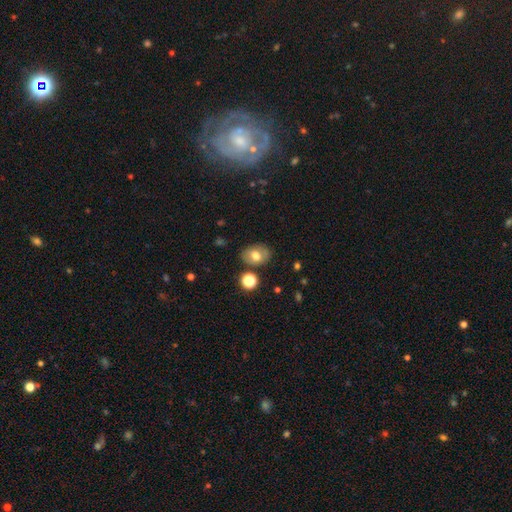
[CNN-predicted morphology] smooth-or-featured: smooth: 66% | featured or disk: 24% | star or artifact: 10%
  how-rounded: in between: 66% | round: 33% | cigar-shaped: 1%
  merging: none: 76% | minor disturbance: 15% | merger: 5% | major disturbance: 4%